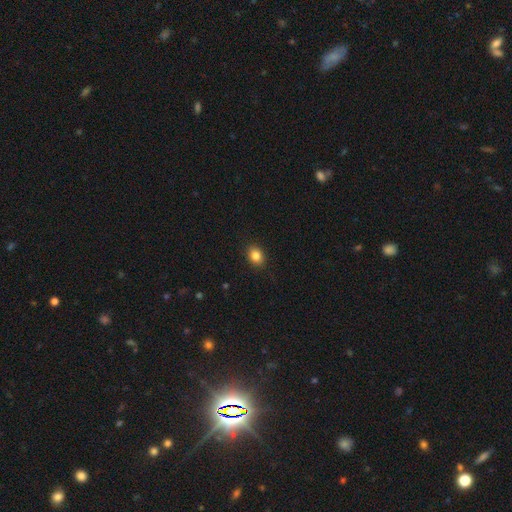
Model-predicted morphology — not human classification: Smooth or featured? smooth (85%)
How rounded? in between (59%)
Merging? none (89%)